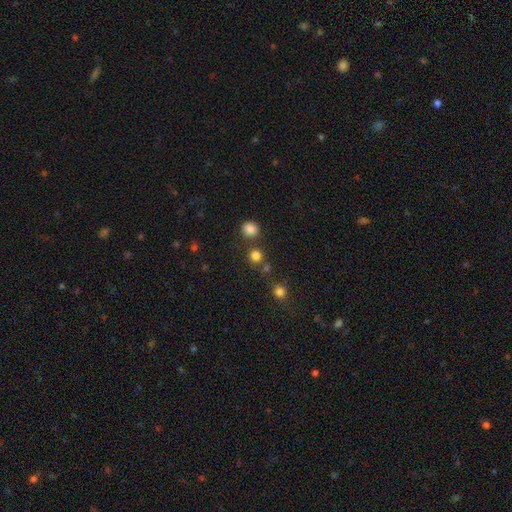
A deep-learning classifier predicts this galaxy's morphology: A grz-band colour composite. It shows a smooth galaxy with no disk features (80%) that is round (91%). Merging: none (75%).